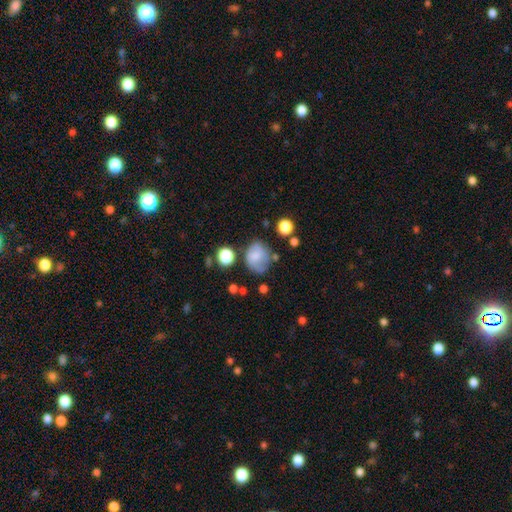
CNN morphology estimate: Smooth or featured? Predicted: smooth (p=0.65). How rounded? Predicted: round (p=0.57). Merging? Predicted: none (p=0.53).